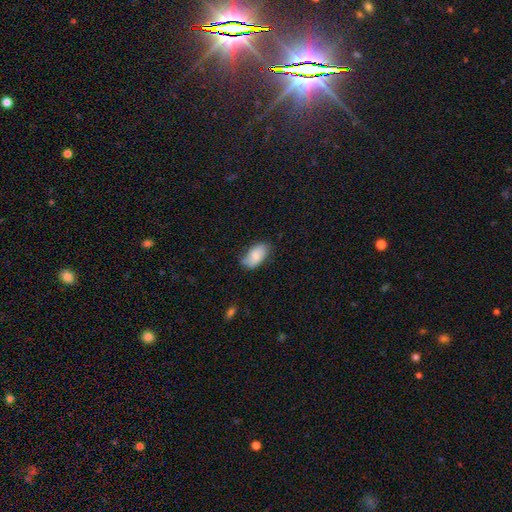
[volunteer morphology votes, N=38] A smooth galaxy with no disk features (82%) that is in between round and cigar-shaped (90%).

Vote fractions:
- Smooth or featured? smooth: 82% / featured or disk: 11% / star or artifact: 8%
- How rounded? in between: 90% / cigar-shaped: 6% / round: 3%
- Merging? minor disturbance: 51% / none: 37% / major disturbance: 9% / merger: 3%